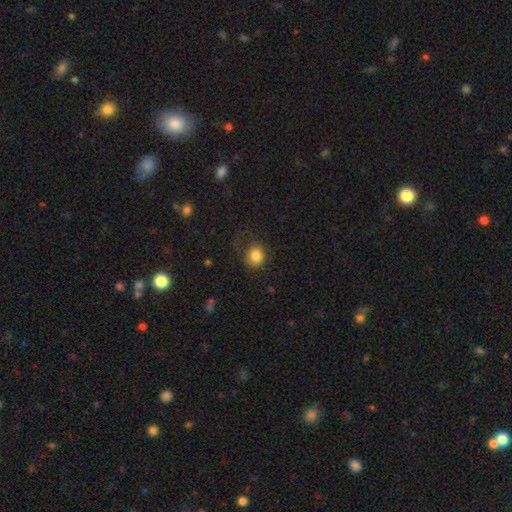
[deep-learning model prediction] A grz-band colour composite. It shows a smooth galaxy with no disk features (84%) that is round (79%). Merging: none (70%).